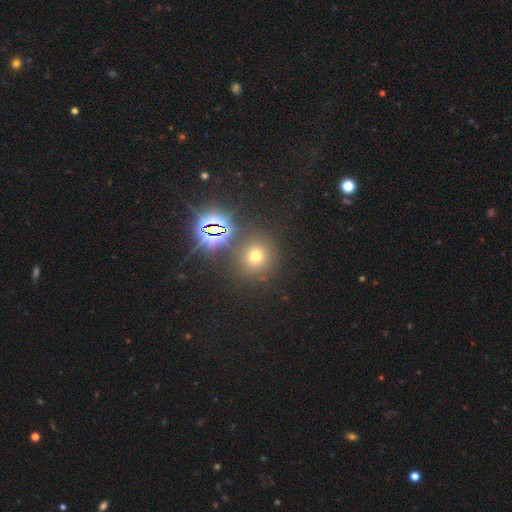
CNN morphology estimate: Overall: smooth (58%; star or artifact 33%). How rounded: round (90%). Merging: none (81%).